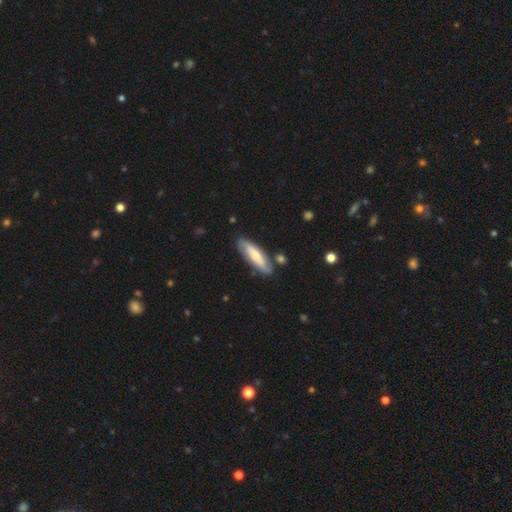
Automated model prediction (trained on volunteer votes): Smooth or featured? Predicted: smooth (p=0.55). How rounded? Predicted: cigar-shaped (p=0.59). Merging? Predicted: none (p=0.79).